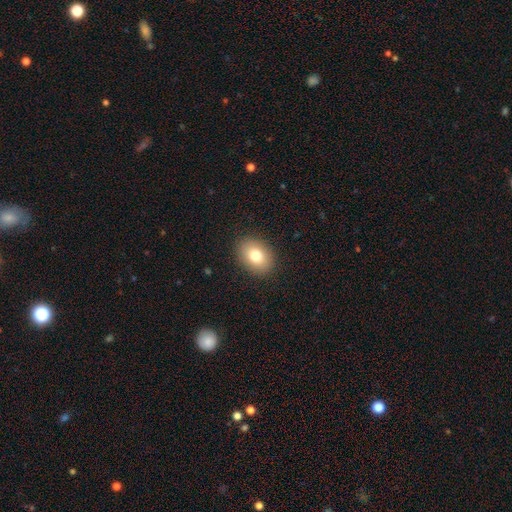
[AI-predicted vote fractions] This is likely a smooth galaxy (79%). How rounded: likely in between (68%). Merging: clearly none (89%).